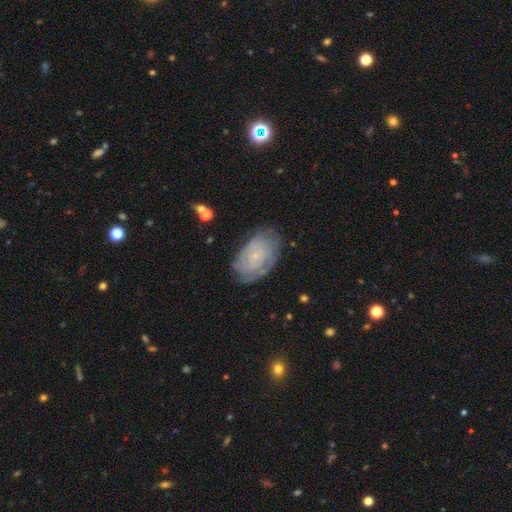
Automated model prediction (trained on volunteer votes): Overall: featured or disk (65%; smooth 27%). Edge-on disk: no (96%). Bar: no (79%). Spiral arms: yes (82%). Spiral arm count: can't tell (57%; 2 17%). Spiral winding: tight (74%). Bulge size: small (81%). Merging: none (73%).